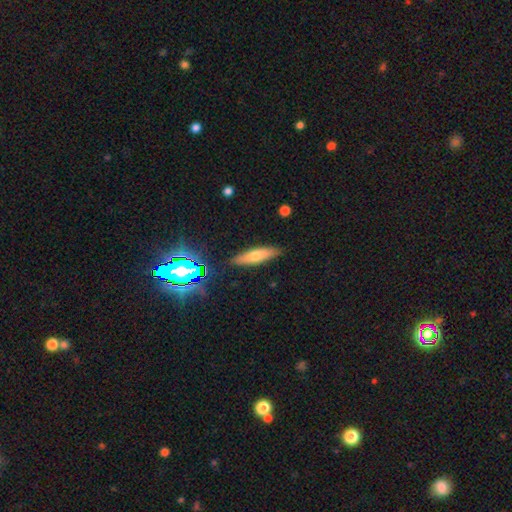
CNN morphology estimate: Q: Smooth or featured?
A: smooth (62%); runner-up: featured or disk (27%)
Q: How rounded?
A: cigar-shaped (71%); runner-up: in between (27%)
Q: Merging?
A: none (87%); runner-up: minor disturbance (9%)